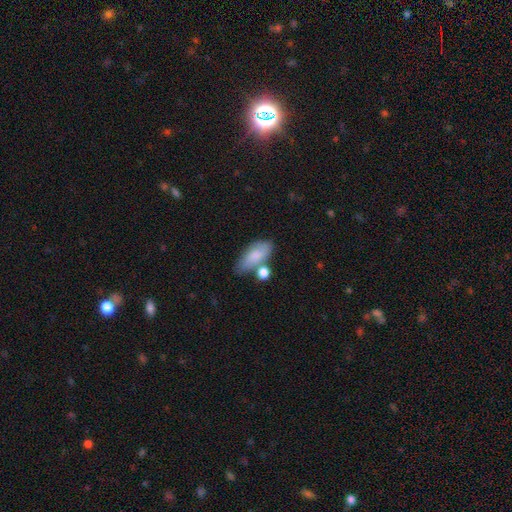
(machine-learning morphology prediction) Q: Smooth or featured?
A: smooth (76%); runner-up: featured or disk (17%)
Q: How rounded?
A: in between (85%); runner-up: cigar-shaped (10%)
Q: Merging?
A: none (53%); runner-up: minor disturbance (21%)